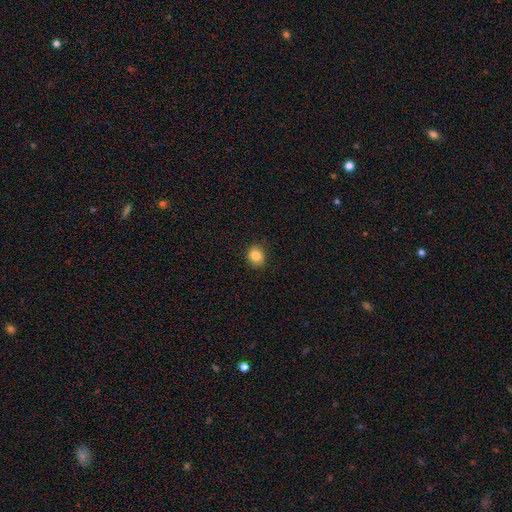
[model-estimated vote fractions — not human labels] The model was most divided on "how rounded": round: 70%, in between: 30%, cigar-shaped: 1%. More confident: merging — none (88%); smooth or featured — smooth (86%).